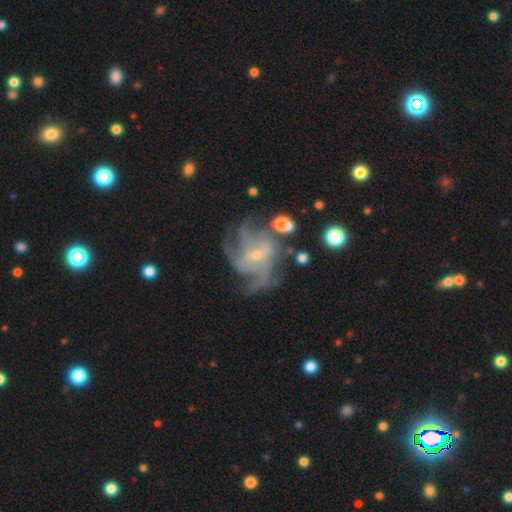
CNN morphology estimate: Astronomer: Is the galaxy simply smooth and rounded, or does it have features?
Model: featured or disk — 83%.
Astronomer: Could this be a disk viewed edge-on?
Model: no — 98%.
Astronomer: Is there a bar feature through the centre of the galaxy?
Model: no — 55% (runner-up: weak, 37%).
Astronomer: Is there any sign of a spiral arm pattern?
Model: yes — 92%.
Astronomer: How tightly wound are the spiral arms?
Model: medium — 48% (runner-up: tight, 27%).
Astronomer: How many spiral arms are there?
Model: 4 — 35% (runner-up: 3, 22%).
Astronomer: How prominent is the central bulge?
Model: small — 70%.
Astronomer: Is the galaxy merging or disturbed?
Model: none — 49% (runner-up: major disturbance, 27%).